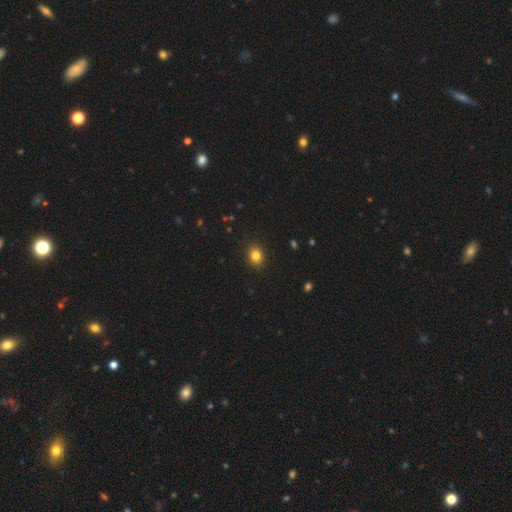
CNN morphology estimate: smooth-or-featured: smooth: 82% | star or artifact: 12% | featured or disk: 6%
  how-rounded: round: 70% | in between: 29% | cigar-shaped: 1%
  merging: none: 91% | minor disturbance: 7% | major disturbance: 2% | merger: 1%